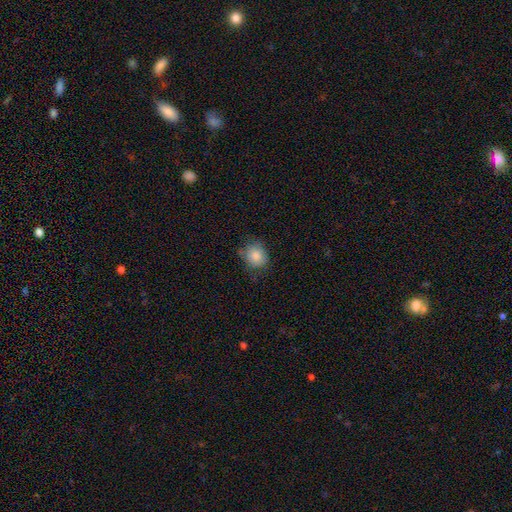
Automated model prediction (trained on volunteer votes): This is clearly a smooth galaxy (84%). How rounded: likely round (77%). Merging: likely none (73%).